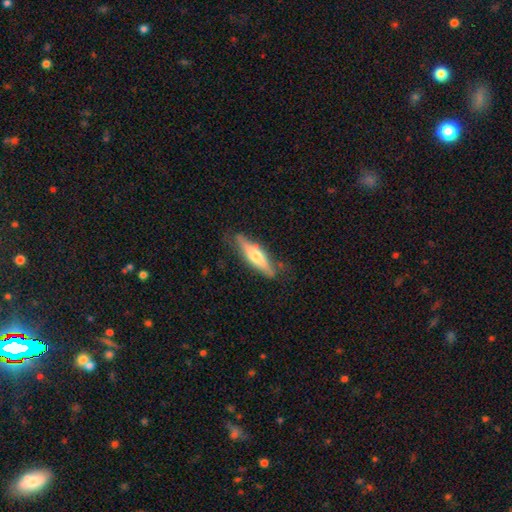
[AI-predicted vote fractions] featured or disk 50%, smooth 45%, star or artifact 5%. Down the decision tree: merging — none (75%).